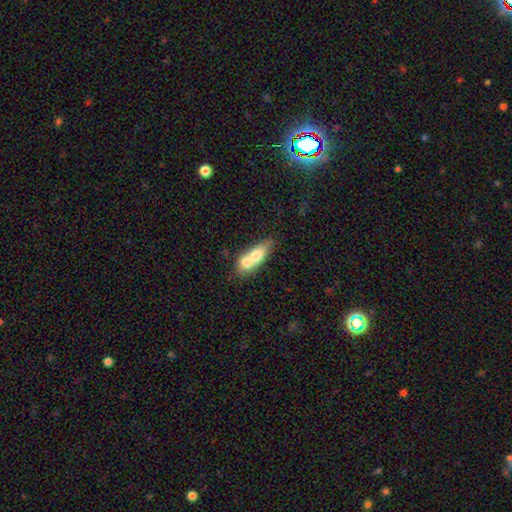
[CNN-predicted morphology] This is likely a smooth galaxy (64%). How rounded: likely in between (64%). Merging: likely merger (72%).